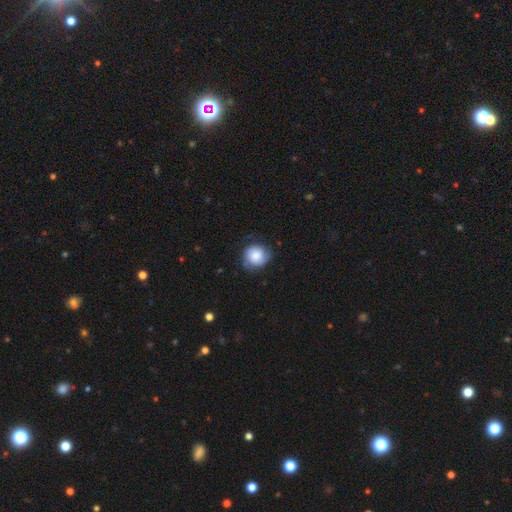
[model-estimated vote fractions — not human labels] Q: Smooth or featured?
A: smooth (70%); runner-up: featured or disk (22%)
Q: How rounded?
A: round (85%); runner-up: in between (14%)
Q: Merging?
A: none (70%); runner-up: minor disturbance (22%)